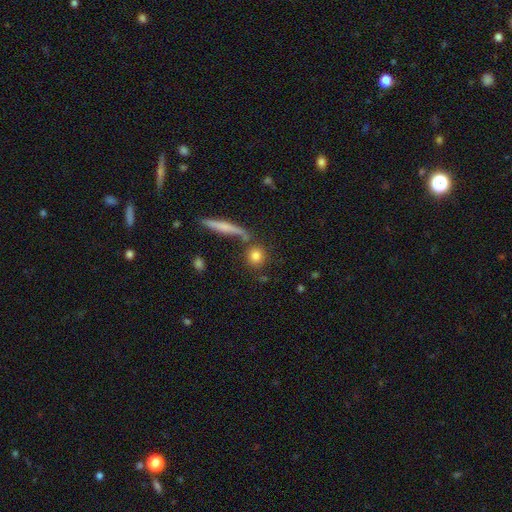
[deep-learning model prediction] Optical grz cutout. It shows a smooth galaxy with no disk features (80%) that is round (77%). Merging: none (73%).